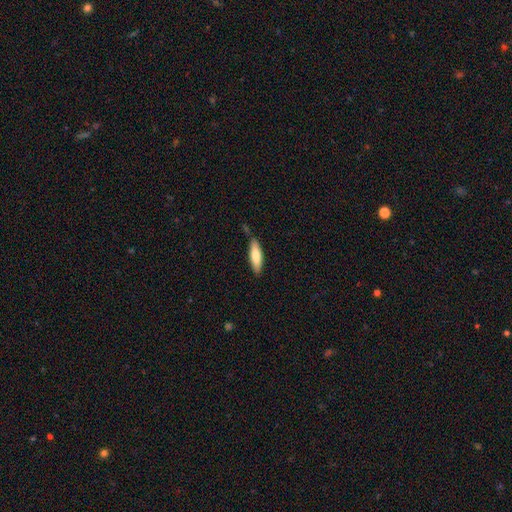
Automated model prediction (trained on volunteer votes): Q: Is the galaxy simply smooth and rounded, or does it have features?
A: smooth — 77%.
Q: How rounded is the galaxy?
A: cigar-shaped — 56%.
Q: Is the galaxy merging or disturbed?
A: none — 79%.